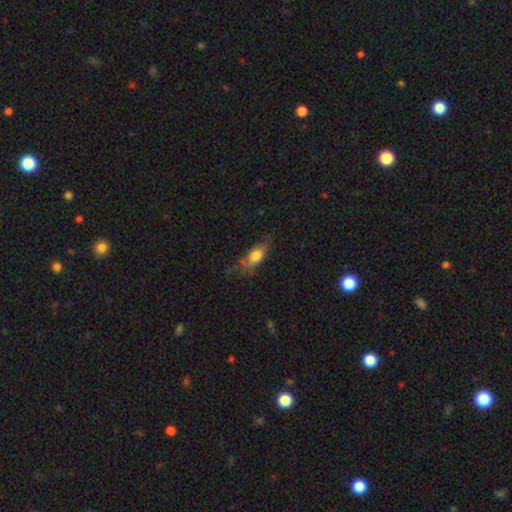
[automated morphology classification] smooth 73%, featured or disk 19%, star or artifact 8%. Down the decision tree: how rounded — in between (74%); merging — none (56%).